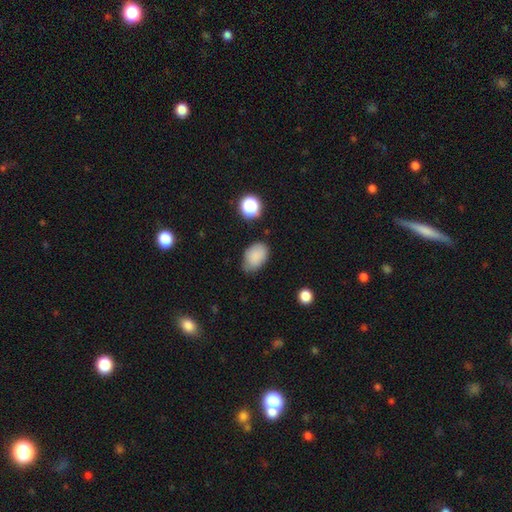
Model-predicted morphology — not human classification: smooth-or-featured: smooth: 85% | star or artifact: 9% | featured or disk: 6%
  how-rounded: in between: 87% | round: 12% | cigar-shaped: 1%
  merging: none: 68% | minor disturbance: 25% | major disturbance: 5% | merger: 2%